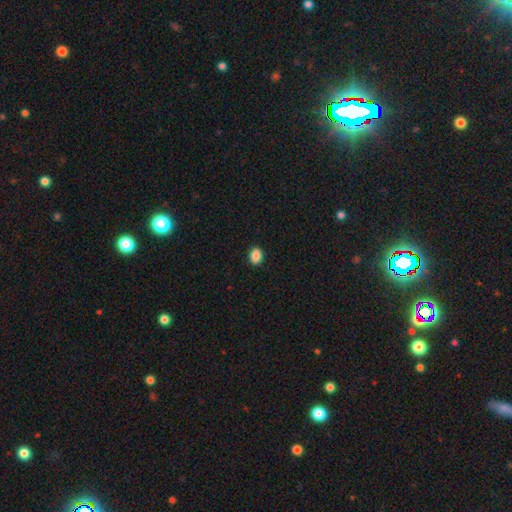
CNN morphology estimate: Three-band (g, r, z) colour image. It shows a smooth galaxy with no disk features (87%) that is in between round and cigar-shaped (61%). Merging: none (90%).